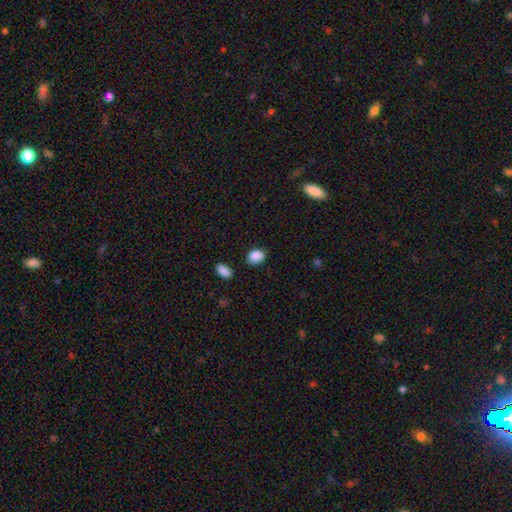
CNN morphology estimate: Q: Smooth or featured?
A: smooth (88%); runner-up: star or artifact (8%)
Q: How rounded?
A: in between (72%); runner-up: round (27%)
Q: Merging?
A: none (77%); runner-up: minor disturbance (16%)